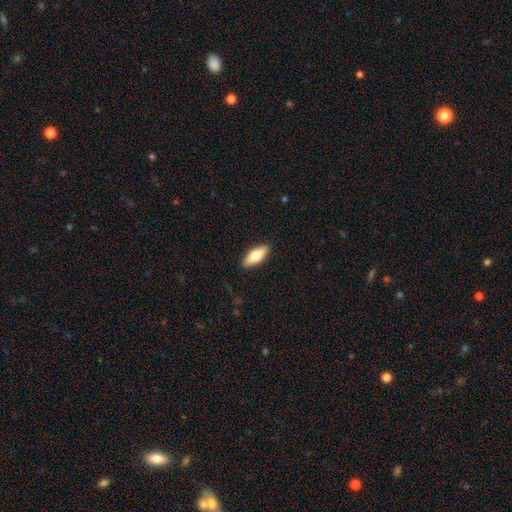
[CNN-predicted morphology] This is likely a smooth galaxy (70%). How rounded: likely in between (74%). Merging: clearly none (90%).